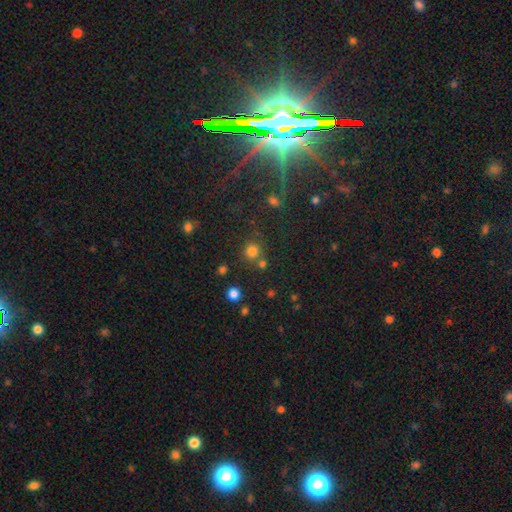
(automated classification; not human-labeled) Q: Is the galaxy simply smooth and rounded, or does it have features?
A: smooth — 49%.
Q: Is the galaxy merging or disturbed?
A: none — 82%.